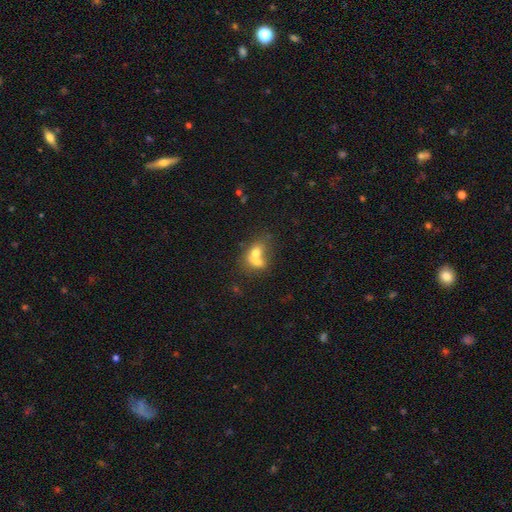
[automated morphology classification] This appears to be a smooth galaxy with no disk features (65%) that is in between round and cigar-shaped (59%). Merging: merger (72%).